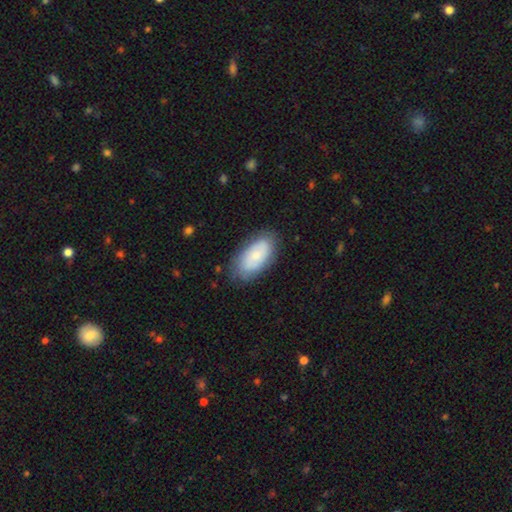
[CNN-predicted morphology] smooth_or_featured: smooth (p=0.59) [alt: featured or disk p=0.34]
how_rounded: in between (p=0.93) [alt: cigar-shaped p=0.03]
merging: none (p=0.76) [alt: minor disturbance p=0.18]